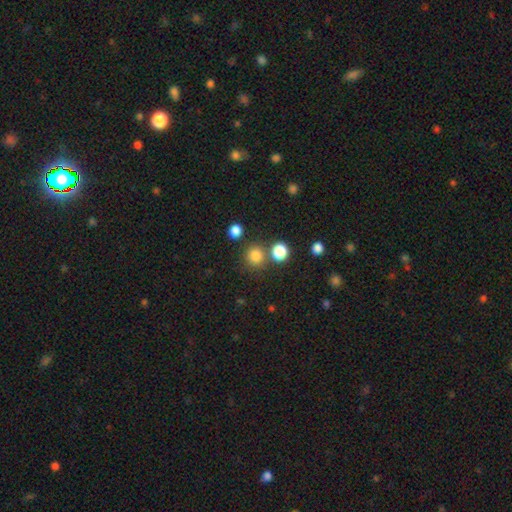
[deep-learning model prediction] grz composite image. It shows a smooth galaxy with no disk features (81%) that is round (92%). Merging: none (76%).